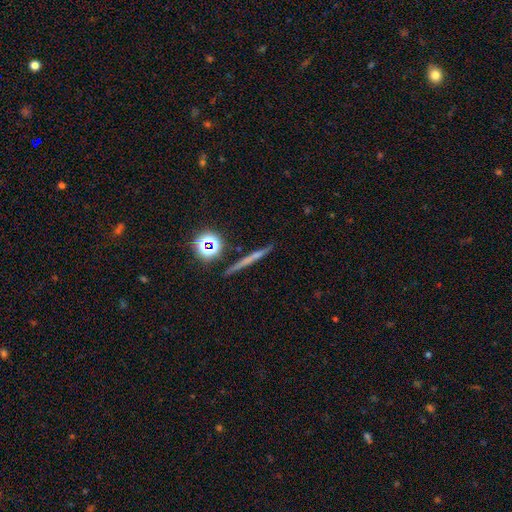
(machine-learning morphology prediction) This appears to be a featured or disk galaxy (44%). Merging: none (87%).